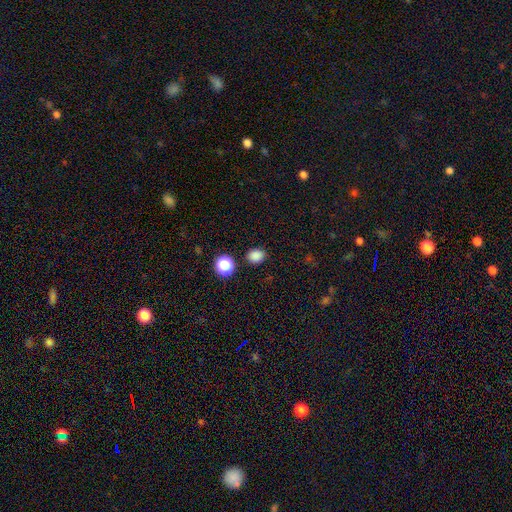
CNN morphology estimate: Smooth or featured?
  - smooth: 83% *
  - star or artifact: 13%
  - featured or disk: 3%
How rounded?
  - round: 60% *
  - in between: 39%
  - cigar-shaped: 1%
Merging?
  - none: 87% *
  - minor disturbance: 8%
  - merger: 3%
  - major disturbance: 2%